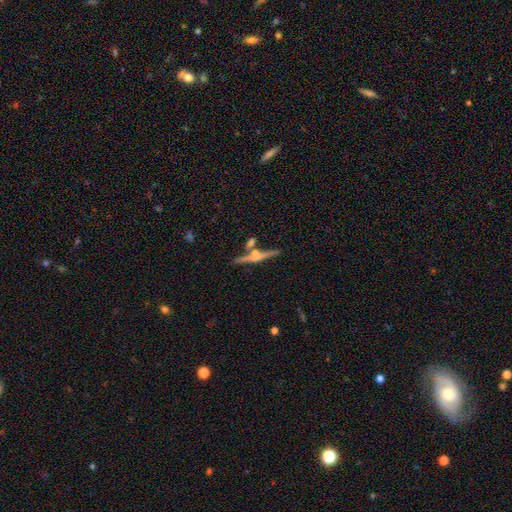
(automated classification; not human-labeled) Morphology: type=featured or disk (64%); edge-on=yes (95%); edge-on bulge=rounded (64%); merging=none (67%).